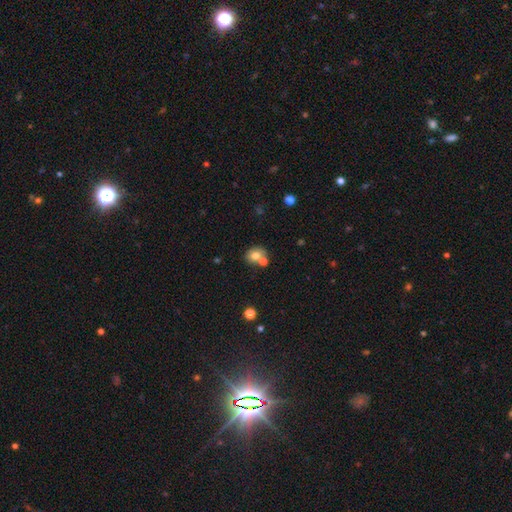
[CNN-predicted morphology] Smooth or featured? smooth (74%)
How rounded? round (65%)
Merging? none (55%)